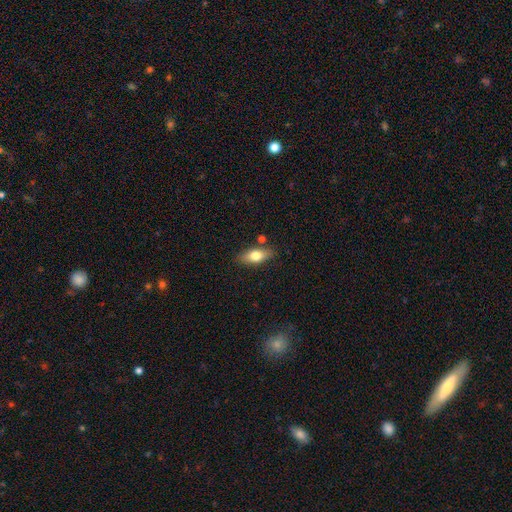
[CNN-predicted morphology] Q: Smooth or featured?
A: smooth (71%); runner-up: featured or disk (21%)
Q: How rounded?
A: in between (80%); runner-up: cigar-shaped (15%)
Q: Merging?
A: none (80%); runner-up: minor disturbance (13%)